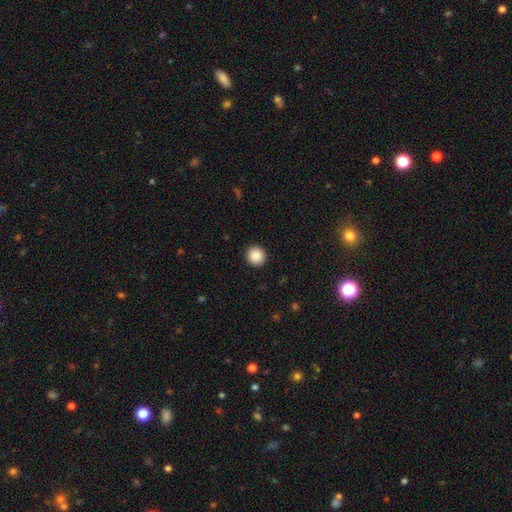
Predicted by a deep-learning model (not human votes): Smooth or featured: smooth — 89% (star or artifact — 8%)
How rounded: round — 92% (in between — 7%)
Merging: none — 93% (minor disturbance — 5%)